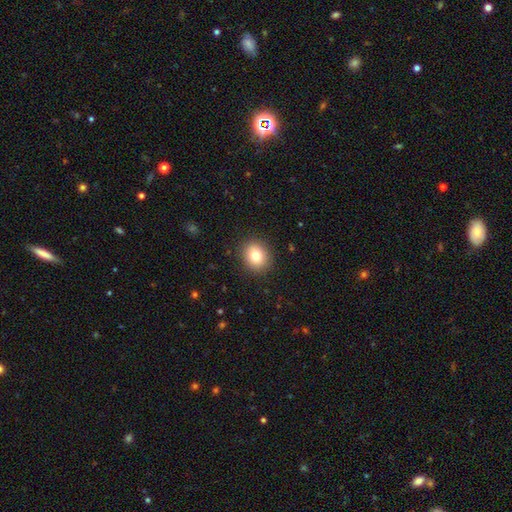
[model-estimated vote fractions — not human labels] smooth 80%, star or artifact 10%, featured or disk 10%. Down the decision tree: how rounded — round (71%); merging — none (90%).